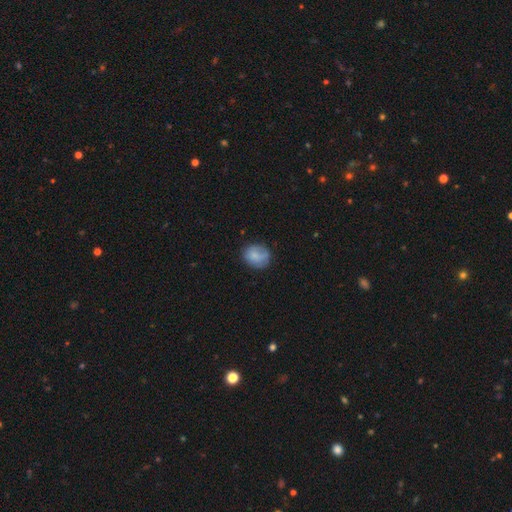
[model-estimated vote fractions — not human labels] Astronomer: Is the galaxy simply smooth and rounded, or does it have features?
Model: smooth — 78%.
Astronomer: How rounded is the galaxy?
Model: round — 61% (runner-up: in between, 38%).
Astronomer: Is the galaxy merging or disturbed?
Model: none — 69%.